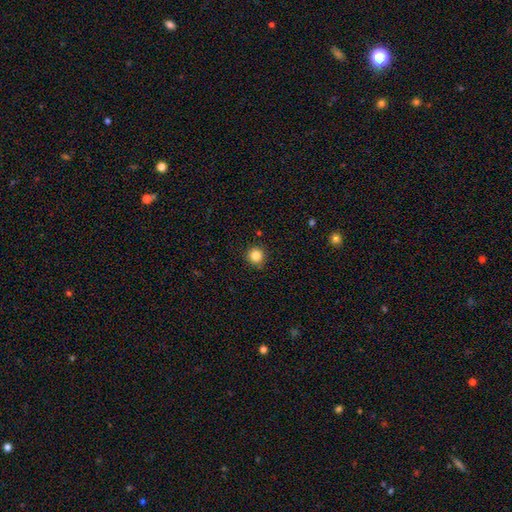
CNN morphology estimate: Overall: smooth (85%). How rounded: round (94%). Merging: none (89%).